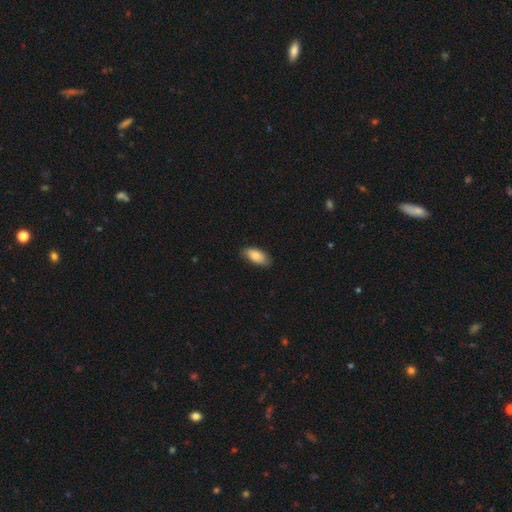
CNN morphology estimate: type=smooth (82%); roundness=in between (92%); merging=none (84%).